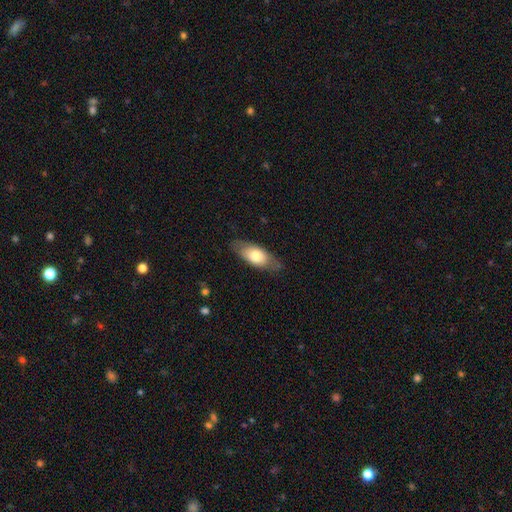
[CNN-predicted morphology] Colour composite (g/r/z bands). It shows a smooth galaxy with no disk features (69%) that is in between round and cigar-shaped (82%). Merging: none (78%).